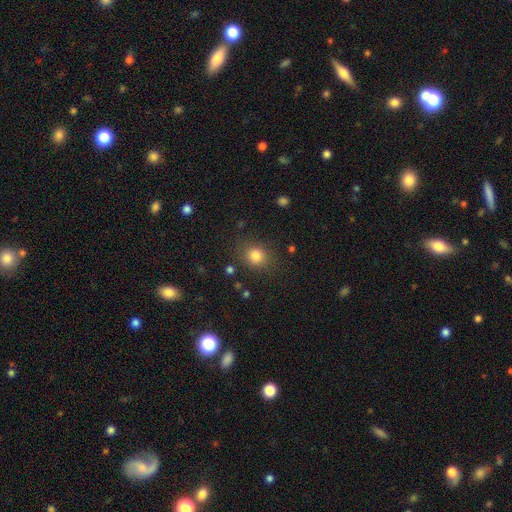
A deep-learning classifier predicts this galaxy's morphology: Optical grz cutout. It shows a smooth galaxy with no disk features (81%) that is round (73%). Merging: none (82%).